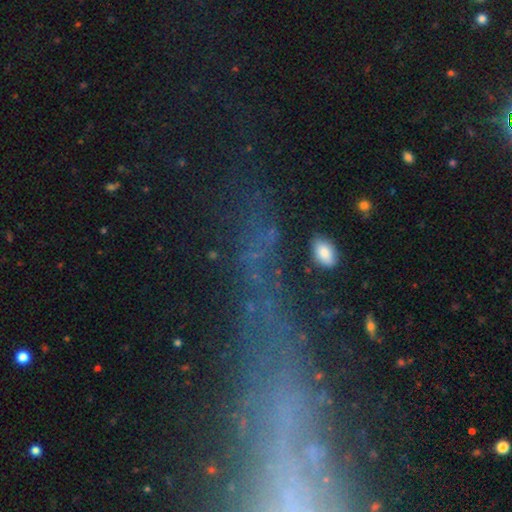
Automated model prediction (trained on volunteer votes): Smooth or featured? Predicted: star or artifact (p=0.48).